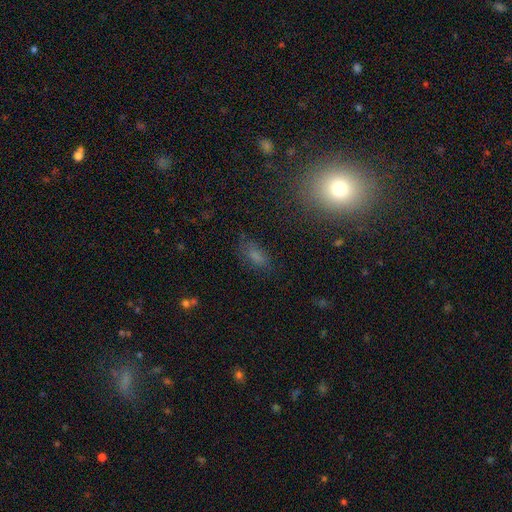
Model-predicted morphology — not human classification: Smooth or featured? smooth (66%)
How rounded? in between (80%)
Merging? none (75%)